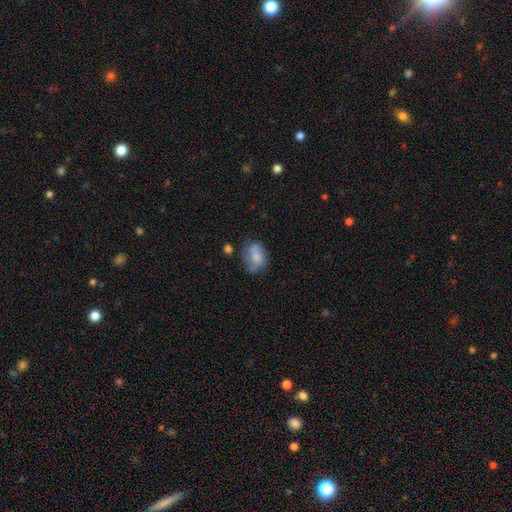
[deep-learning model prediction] Overall: smooth (57%; featured or disk 34%). How rounded: in between (74%). Merging: none (54%; minor disturbance 28%).